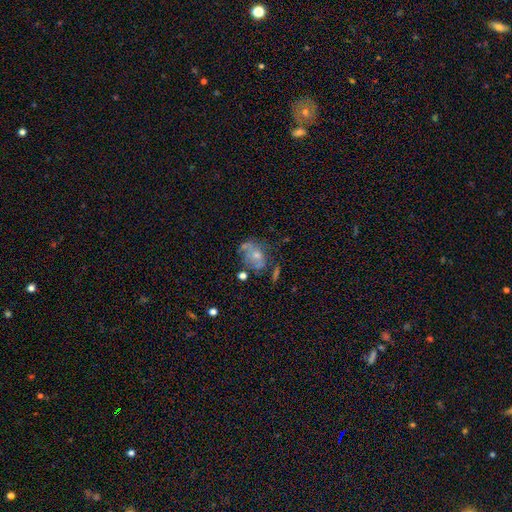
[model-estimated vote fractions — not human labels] This appears to be a smooth galaxy with no disk features (45%). Merging: none (32%).